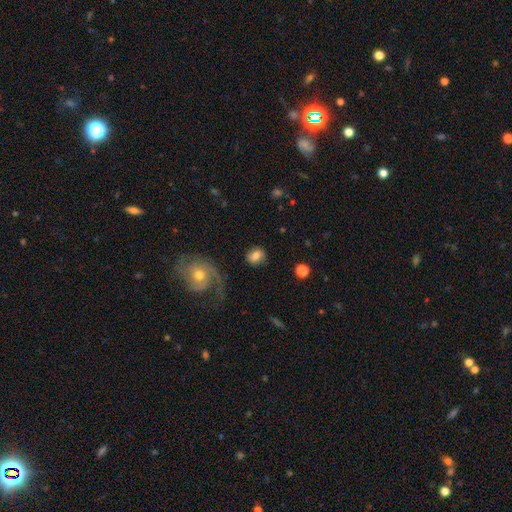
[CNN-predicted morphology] This is likely a smooth galaxy (66%). How rounded: possibly round (58%). Merging: likely none (79%).